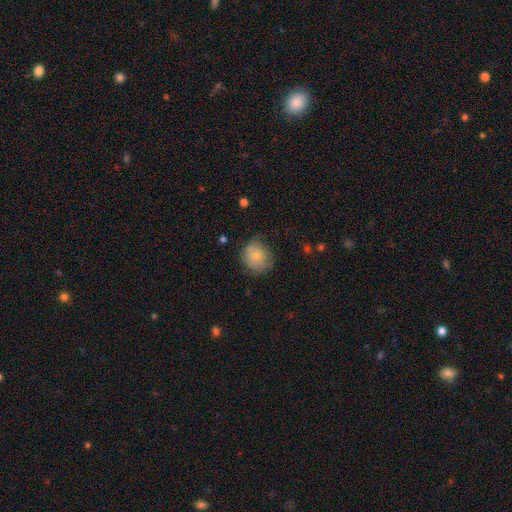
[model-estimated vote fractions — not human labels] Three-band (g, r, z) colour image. It shows a smooth galaxy with no disk features (77%) that is round (79%). Merging: none (69%).